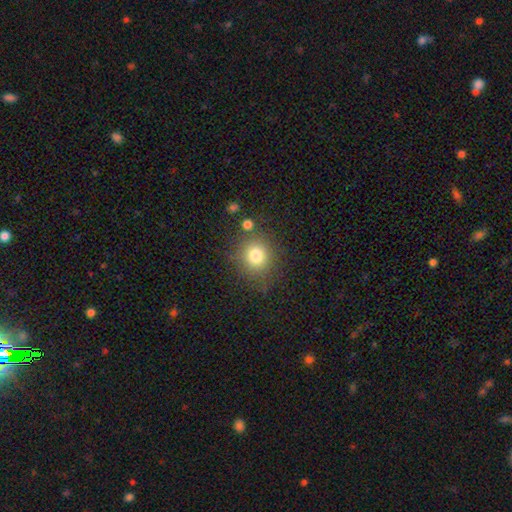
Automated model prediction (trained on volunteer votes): Smooth or featured? Predicted: smooth (p=0.78). How rounded? Predicted: round (p=0.85). Merging? Predicted: none (p=0.78).